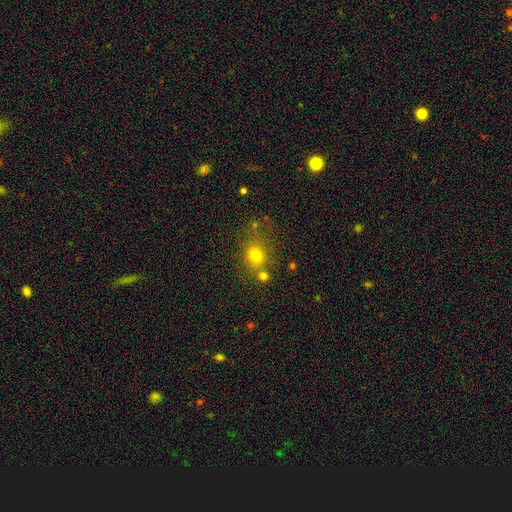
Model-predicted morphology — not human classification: Overall: smooth (73%). How rounded: round (74%). Merging: none (65%).